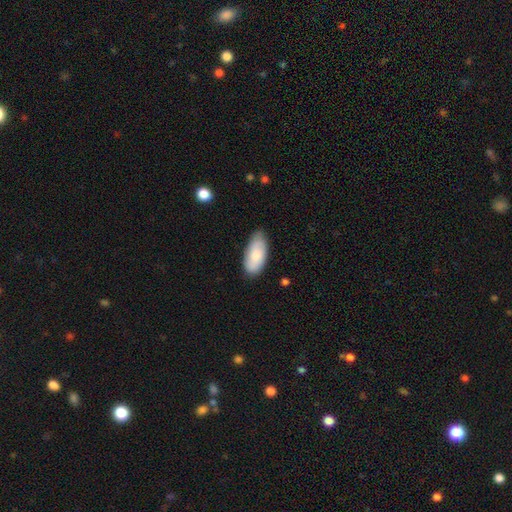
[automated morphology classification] type=smooth (81%); roundness=in between (91%); merging=none (72%).